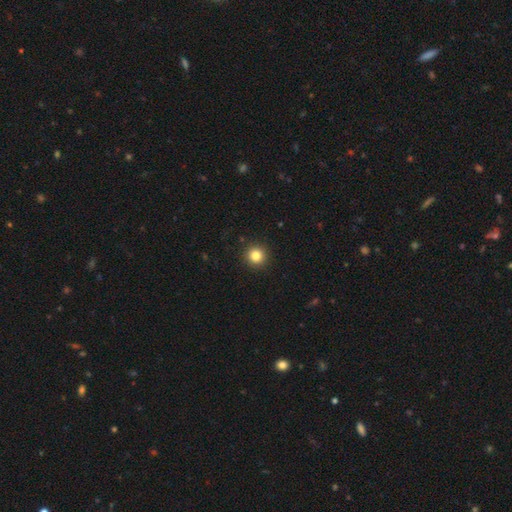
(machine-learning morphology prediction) A smooth galaxy with no disk features (83%) that is round (95%).

Vote fractions:
- Smooth or featured? smooth: 83% / star or artifact: 12% / featured or disk: 6%
- How rounded? round: 95% / in between: 4% / cigar-shaped: 1%
- Merging? none: 93% / minor disturbance: 5% / major disturbance: 2% / merger: 1%